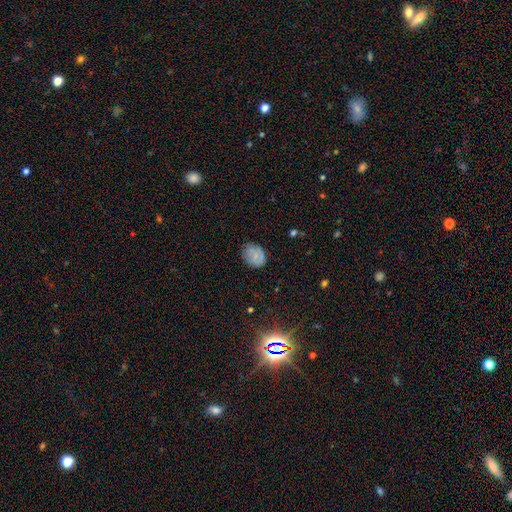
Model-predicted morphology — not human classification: type=smooth (71%); roundness=in between (60%); merging=none (74%).